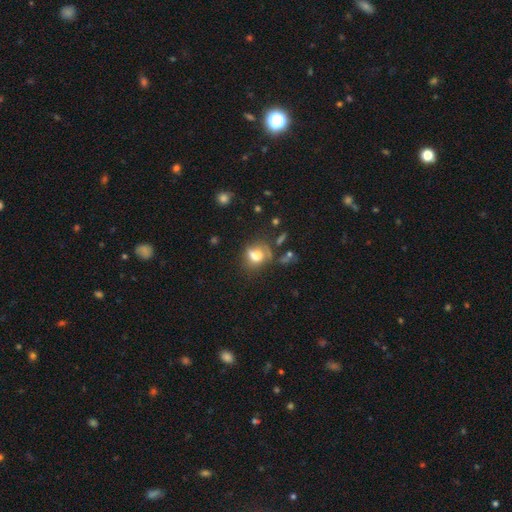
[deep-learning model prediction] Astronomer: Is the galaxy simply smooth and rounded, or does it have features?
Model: smooth — 69%.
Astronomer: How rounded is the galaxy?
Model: in between — 50% (runner-up: round, 48%).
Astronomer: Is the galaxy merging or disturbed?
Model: none — 41% (runner-up: minor disturbance, 25%).